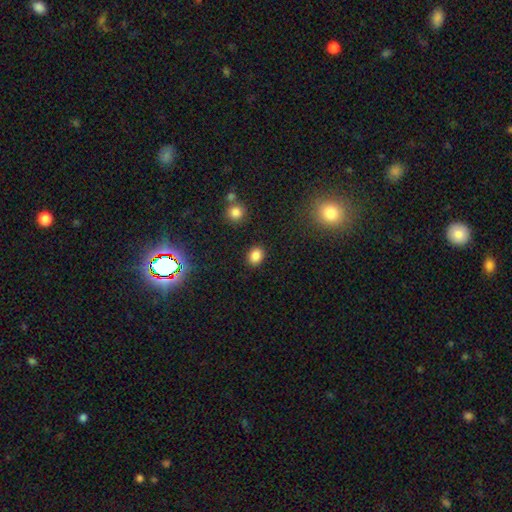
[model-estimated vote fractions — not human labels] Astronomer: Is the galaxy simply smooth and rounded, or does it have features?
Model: smooth — 85%.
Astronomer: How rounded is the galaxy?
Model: in between — 54% (runner-up: round, 45%).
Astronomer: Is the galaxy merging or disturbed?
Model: none — 88%.